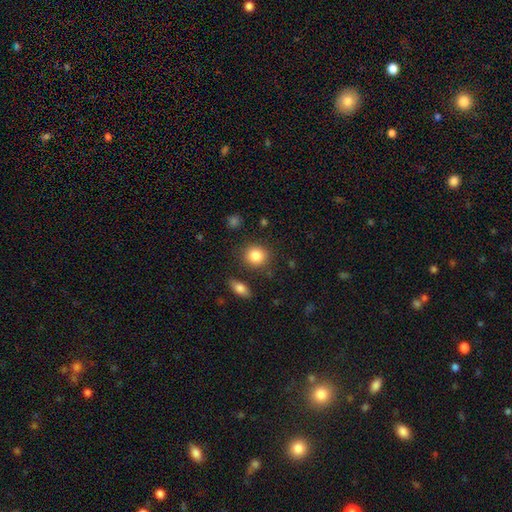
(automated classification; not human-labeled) A smooth galaxy with no disk features (86%) that is round (80%).

Vote fractions:
- Smooth or featured? smooth: 86% / star or artifact: 9% / featured or disk: 6%
- How rounded? round: 80% / in between: 19% / cigar-shaped: 1%
- Merging? none: 84% / minor disturbance: 9% / merger: 4% / major disturbance: 3%